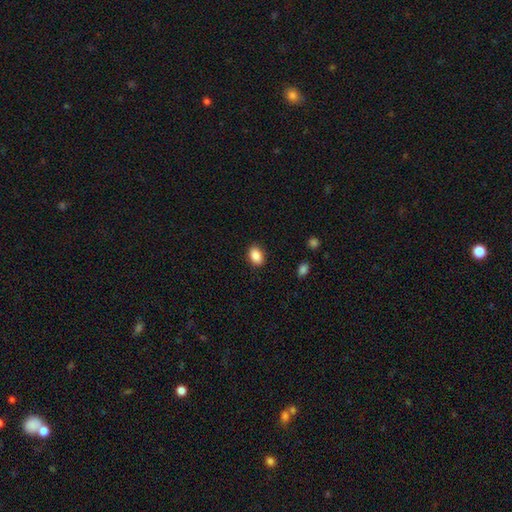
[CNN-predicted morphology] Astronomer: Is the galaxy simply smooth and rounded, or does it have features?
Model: smooth — 87%.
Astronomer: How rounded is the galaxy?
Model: in between — 80%.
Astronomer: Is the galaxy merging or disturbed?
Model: none — 88%.